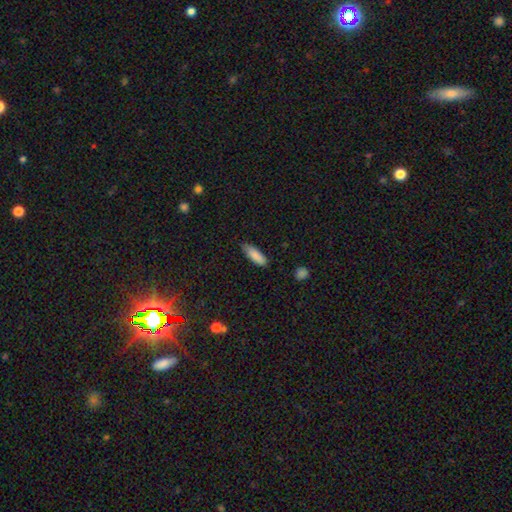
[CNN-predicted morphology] Smooth or featured? Predicted: smooth (p=0.87). How rounded? Predicted: in between (p=0.57). Merging? Predicted: none (p=0.77).